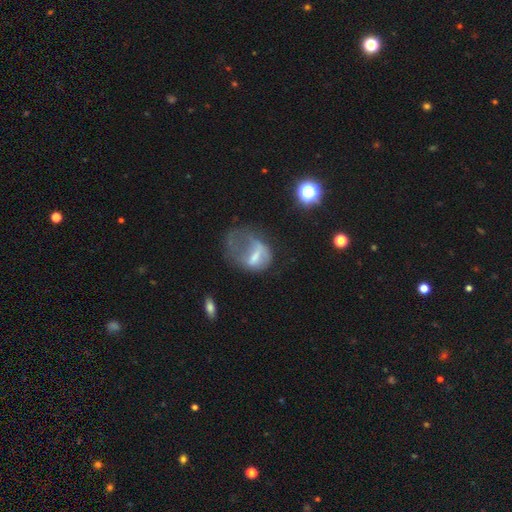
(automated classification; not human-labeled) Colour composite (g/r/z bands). It shows a smooth galaxy with no disk features (44%, tied with featured or disk). Merging: major disturbance (58%).